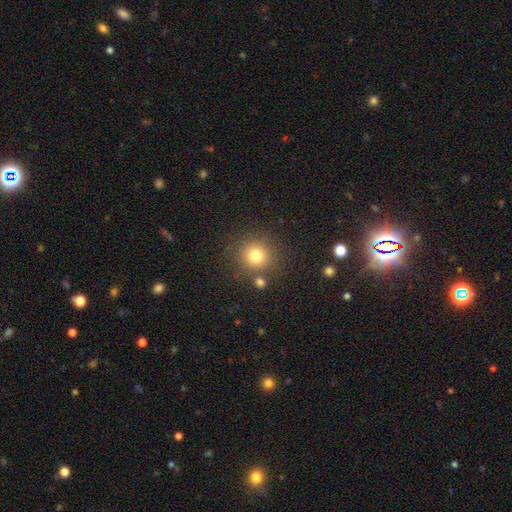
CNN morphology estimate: Smooth or featured?
  - smooth: 78% *
  - star or artifact: 14%
  - featured or disk: 8%
How rounded?
  - round: 92% *
  - in between: 7%
  - cigar-shaped: 1%
Merging?
  - none: 81% *
  - minor disturbance: 8%
  - merger: 8%
  - major disturbance: 3%